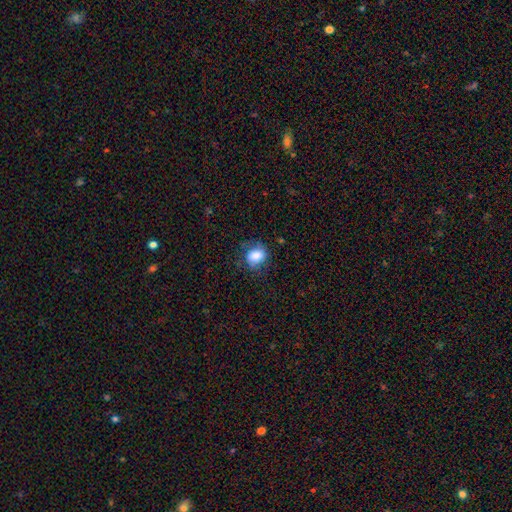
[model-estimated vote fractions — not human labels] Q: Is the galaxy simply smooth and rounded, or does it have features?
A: smooth — 83%.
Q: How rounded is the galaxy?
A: in between — 50%.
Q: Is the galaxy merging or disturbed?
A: none — 68%.